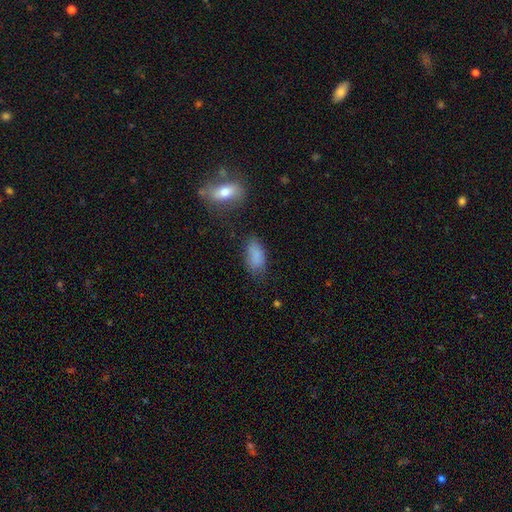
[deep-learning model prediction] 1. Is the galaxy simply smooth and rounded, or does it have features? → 85% smooth, 8% star or artifact, 7% featured or disk.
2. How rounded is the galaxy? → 91% in between, 6% cigar-shaped, 3% round.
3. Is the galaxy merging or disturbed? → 67% none, 22% minor disturbance, 7% major disturbance, 4% merger.